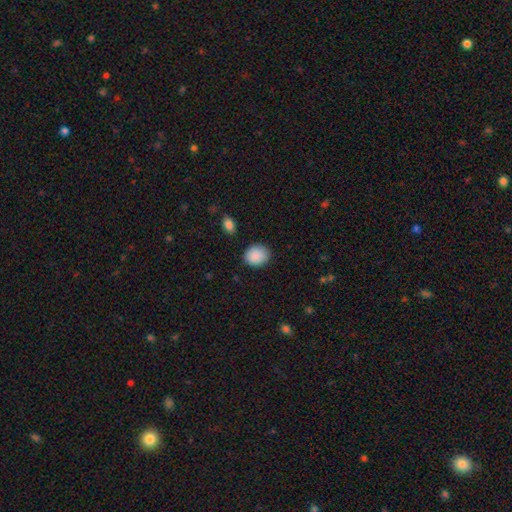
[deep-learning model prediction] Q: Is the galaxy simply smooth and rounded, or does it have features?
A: smooth — 90%.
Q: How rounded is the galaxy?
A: round — 61%.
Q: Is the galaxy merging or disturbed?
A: none — 85%.